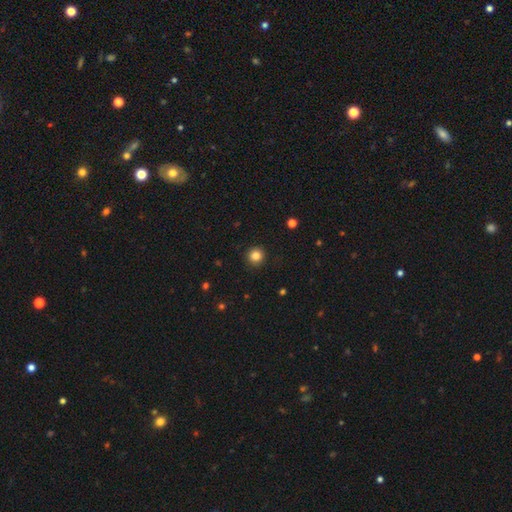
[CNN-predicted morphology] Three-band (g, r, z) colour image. It shows a smooth galaxy with no disk features (84%) that is round (94%). Merging: none (92%).